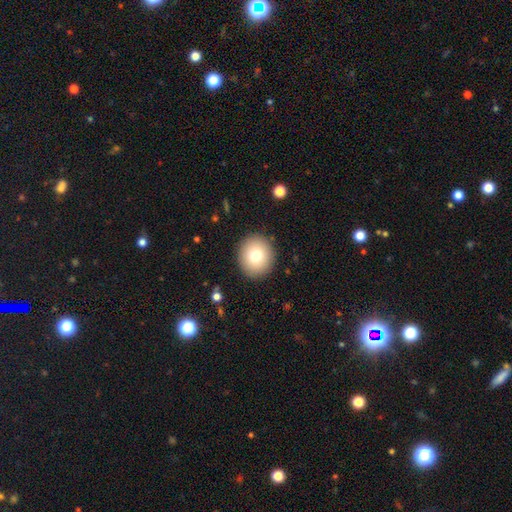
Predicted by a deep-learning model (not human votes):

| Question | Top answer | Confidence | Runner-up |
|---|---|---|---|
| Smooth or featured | smooth | 77% | featured or disk (13%) |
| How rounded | round | 84% | in between (16%) |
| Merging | none | 91% | minor disturbance (6%) |